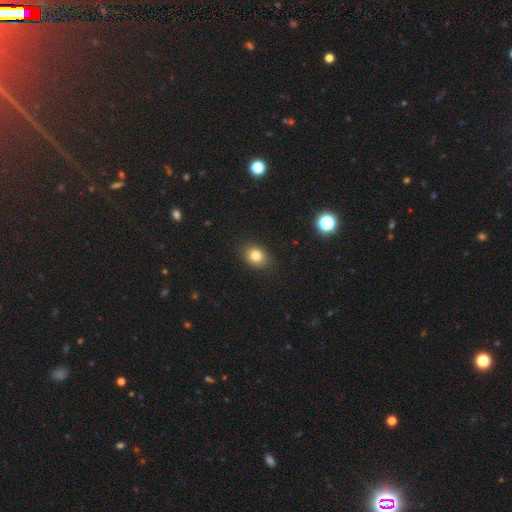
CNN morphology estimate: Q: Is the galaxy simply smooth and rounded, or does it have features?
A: smooth — 81%.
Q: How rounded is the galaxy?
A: in between — 51%.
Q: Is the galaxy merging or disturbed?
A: none — 86%.